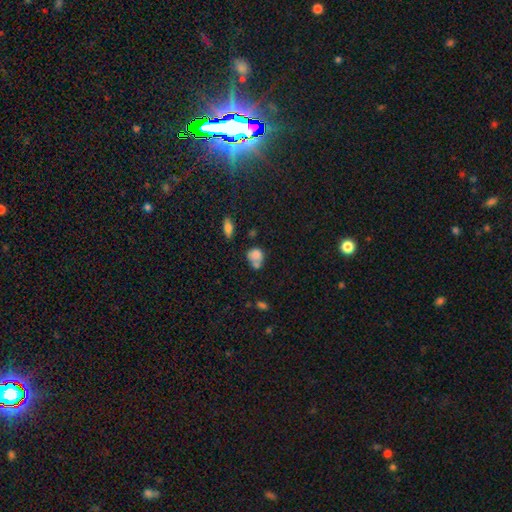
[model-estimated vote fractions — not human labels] Overall: smooth (77%). How rounded: round (60%; in between 38%). Merging: merger (39%; none 35%).